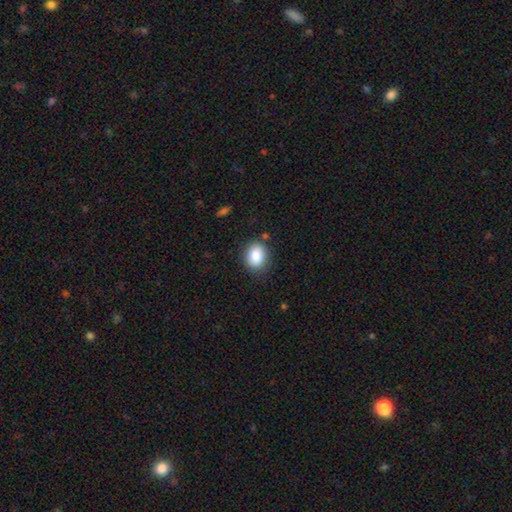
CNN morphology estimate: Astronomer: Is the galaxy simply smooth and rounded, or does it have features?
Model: smooth — 85%.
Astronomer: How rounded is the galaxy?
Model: in between — 55% (runner-up: round, 44%).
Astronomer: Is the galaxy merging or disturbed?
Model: none — 83%.